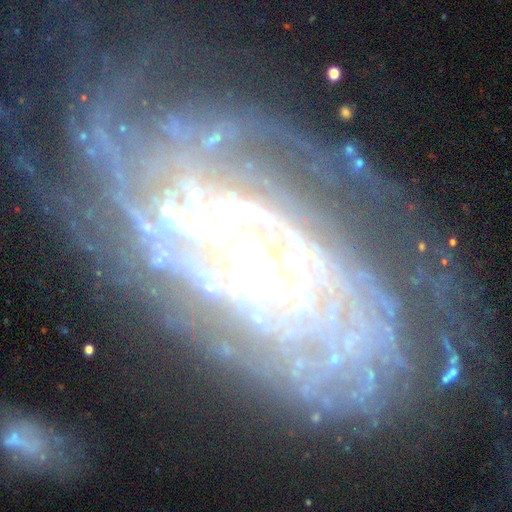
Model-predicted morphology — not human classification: A featured or disk galaxy (89%) with no bar (58%), tight (77%) spiral arms (97%) and a small central bulge (48%). Merging: none (61%).